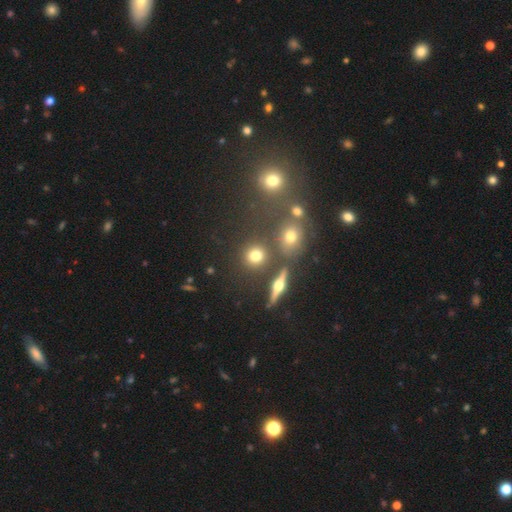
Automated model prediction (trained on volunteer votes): smooth-or-featured: smooth: 67% | featured or disk: 17% | star or artifact: 16%
  how-rounded: round: 84% | in between: 12% | cigar-shaped: 4%
  merging: none: 81% | merger: 8% | minor disturbance: 8% | major disturbance: 4%